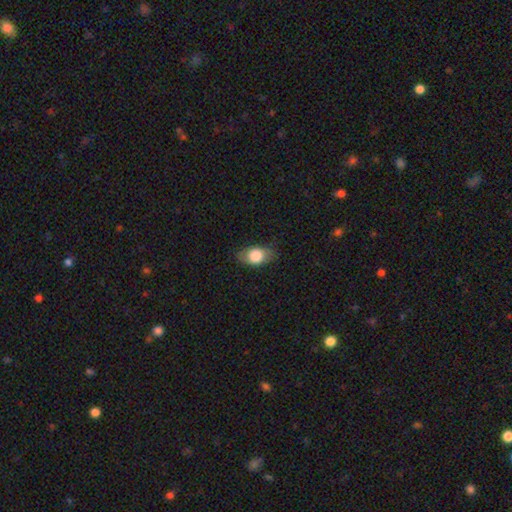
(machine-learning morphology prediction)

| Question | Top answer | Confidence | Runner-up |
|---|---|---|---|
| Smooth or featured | smooth | 78% | featured or disk (15%) |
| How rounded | in between | 81% | round (16%) |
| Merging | none | 76% | minor disturbance (18%) |